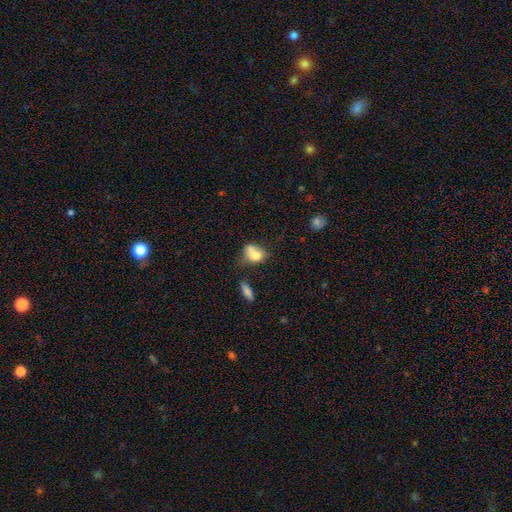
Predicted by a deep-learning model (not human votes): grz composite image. It shows a smooth galaxy with no disk features (68%) that is in between round and cigar-shaped (62%). Merging: merger (42%).